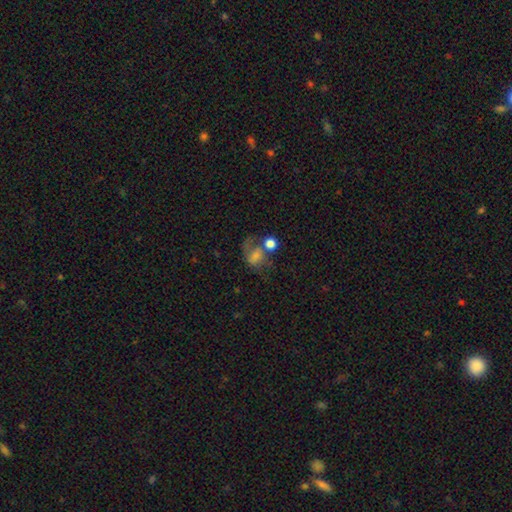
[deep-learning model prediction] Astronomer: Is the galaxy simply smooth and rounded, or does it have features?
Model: smooth — 55% (runner-up: featured or disk, 32%).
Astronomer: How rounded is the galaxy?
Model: round — 52% (runner-up: in between, 47%).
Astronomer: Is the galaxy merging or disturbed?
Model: merger — 30% (runner-up: major disturbance, 29%).